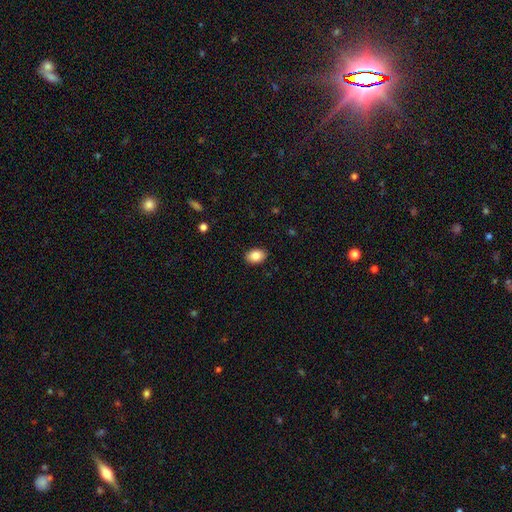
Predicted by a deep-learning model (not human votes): smooth_or_featured: smooth (p=0.85) [alt: star or artifact p=0.08]
how_rounded: in between (p=0.82) [alt: round p=0.17]
merging: none (p=0.90) [alt: minor disturbance p=0.08]